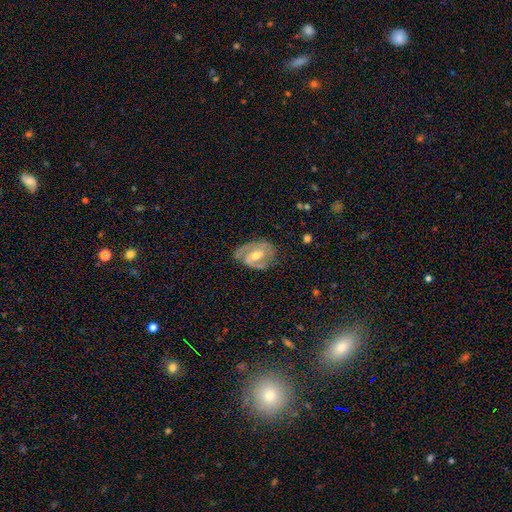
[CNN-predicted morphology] This is clearly a featured or disk galaxy (82%). It is clearly not viewed edge-on (97%). Bar: possibly weak (46%). Spiral arm pattern: clearly yes (90%). Spiral arm count: likely 2 (70%). Spiral winding: marginally tight (44%). Central bulge: likely moderate (65%). Merging: likely none (63%).